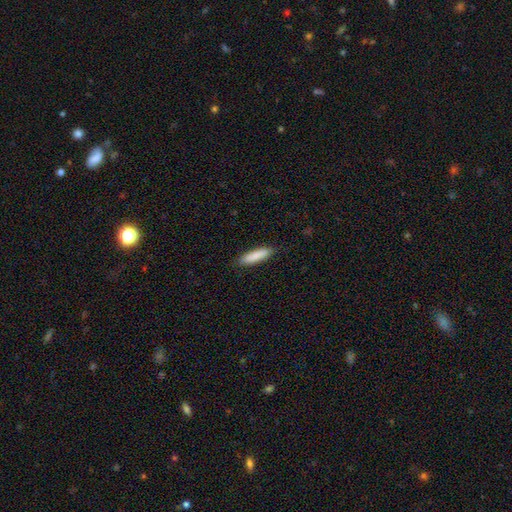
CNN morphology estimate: This appears to be a smooth galaxy with no disk features (87%) that is cigar-shaped (74%). Merging: none (88%).